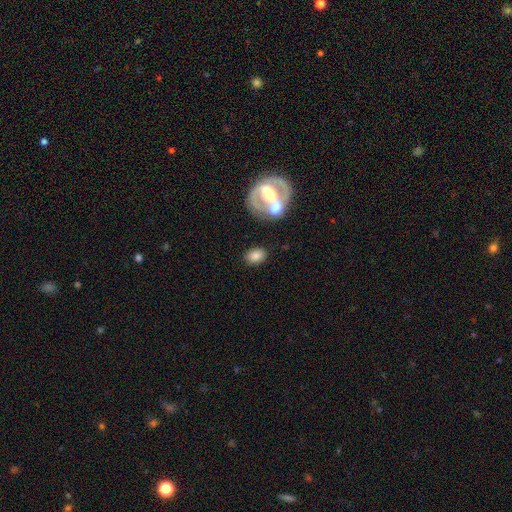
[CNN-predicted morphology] Smooth or featured?
  - smooth: 75% *
  - featured or disk: 18%
  - star or artifact: 8%
How rounded?
  - in between: 77% *
  - round: 22%
  - cigar-shaped: 2%
Merging?
  - none: 73% *
  - minor disturbance: 11%
  - merger: 11%
  - major disturbance: 5%